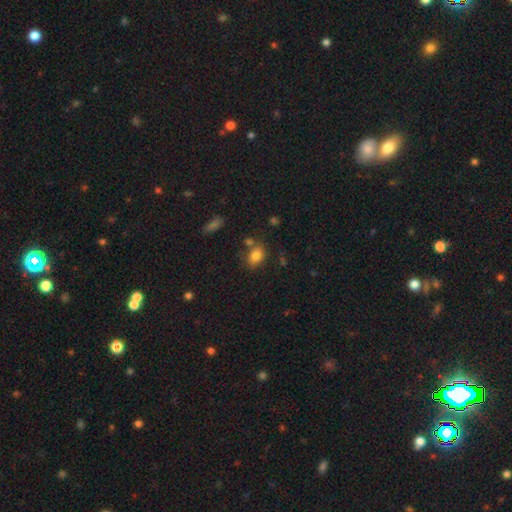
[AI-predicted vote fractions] smooth 81%, star or artifact 10%, featured or disk 9%. Down the decision tree: how rounded — in between (74%); merging — none (67%).